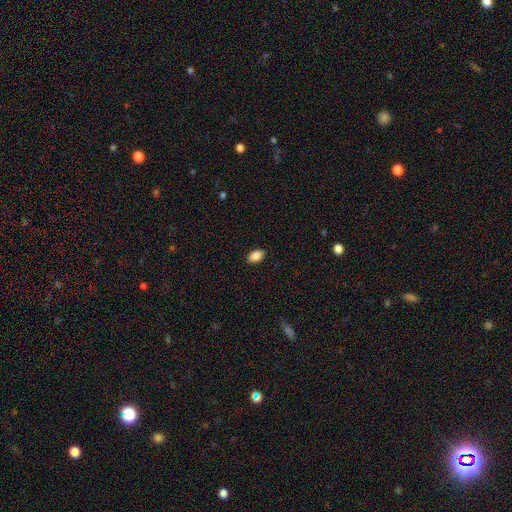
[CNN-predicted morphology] Smooth or featured: smooth — 88% (star or artifact — 8%)
How rounded: in between — 89% (round — 9%)
Merging: none — 90% (minor disturbance — 8%)